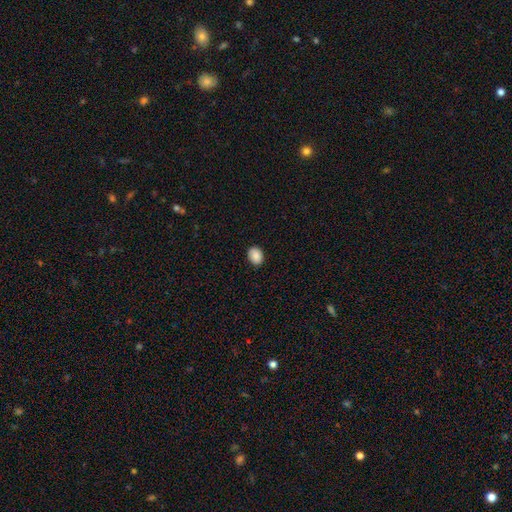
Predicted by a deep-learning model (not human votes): smooth-or-featured: smooth: 88% | star or artifact: 8% | featured or disk: 4%
  how-rounded: in between: 66% | round: 33% | cigar-shaped: 1%
  merging: none: 88% | minor disturbance: 9% | major disturbance: 2% | merger: 1%